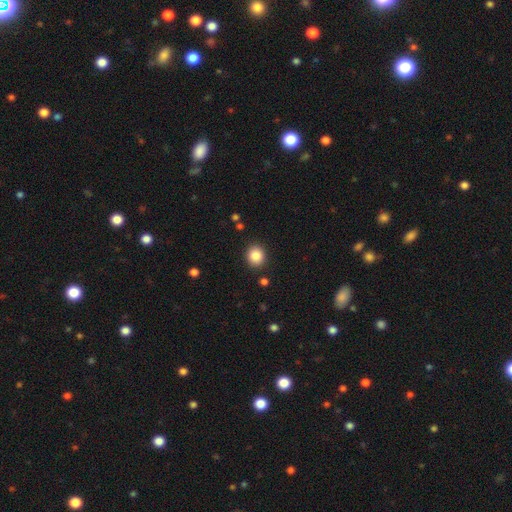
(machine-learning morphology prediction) A smooth galaxy with no disk features (86%) that is round (77%). Merging: none (89%).